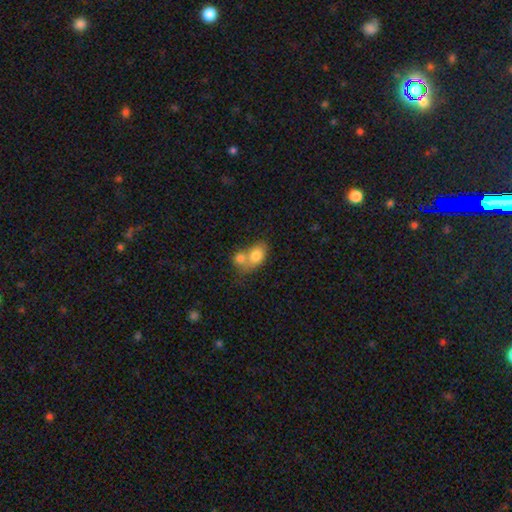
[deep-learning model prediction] Smooth or featured? Predicted: smooth (p=0.78). How rounded? Predicted: in between (p=0.79). Merging? Predicted: merger (p=0.58).